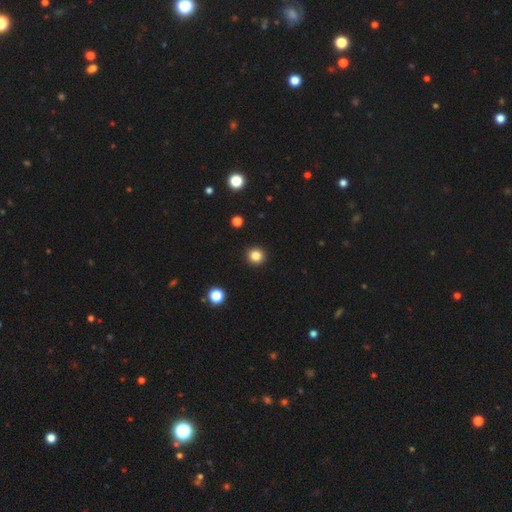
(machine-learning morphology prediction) Smooth or featured?
  - smooth: 84% *
  - star or artifact: 12%
  - featured or disk: 4%
How rounded?
  - round: 94% *
  - in between: 5%
  - cigar-shaped: 1%
Merging?
  - none: 93% *
  - minor disturbance: 4%
  - major disturbance: 1%
  - merger: 1%